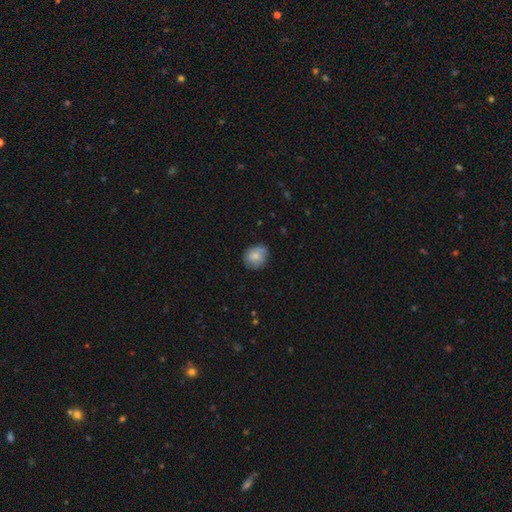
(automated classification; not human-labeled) This appears to be a smooth galaxy with no disk features (74%) that is round (67%). Merging: none (71%).